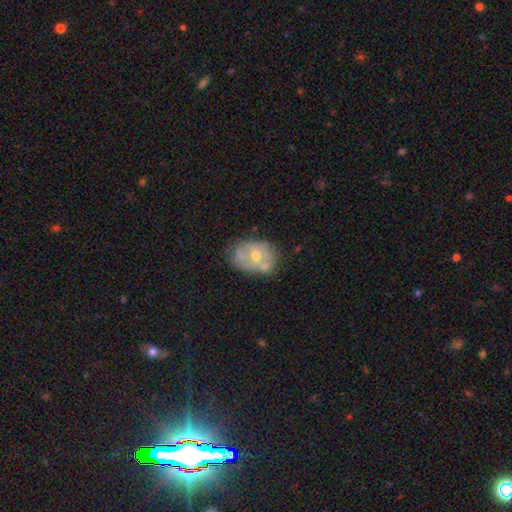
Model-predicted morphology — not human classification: Smooth or featured? featured or disk (51%)
Edge-on disk? no (96%)
Merging? none (48%)